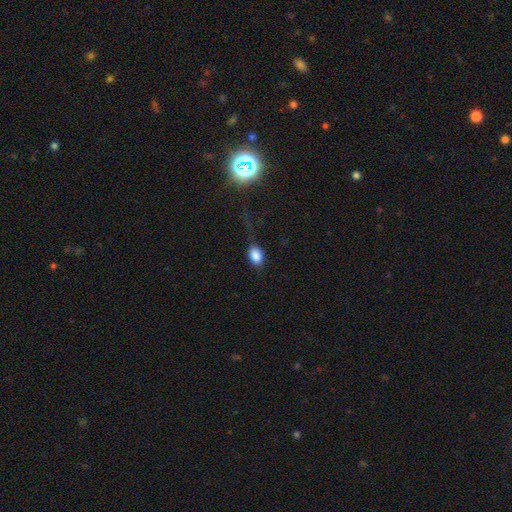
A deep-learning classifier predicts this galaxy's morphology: This appears to be a smooth galaxy with no disk features (85%) that is in between round and cigar-shaped (81%). Merging: none (66%).